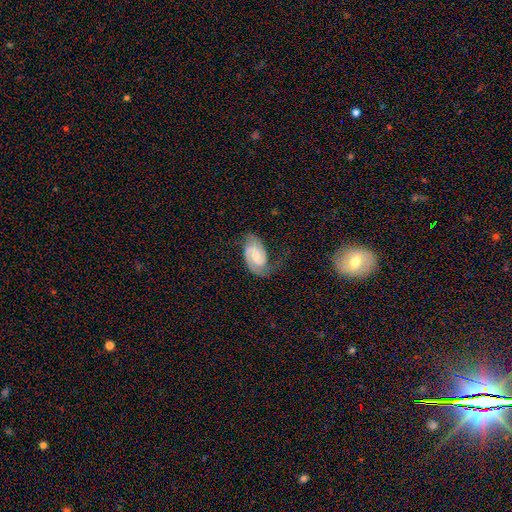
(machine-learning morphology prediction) This appears to be a featured or disk galaxy (82%) with no bar (49%), 2 (77%) tight (44%) spiral arms (97%) and a small central bulge (45%). Merging: none (55%).